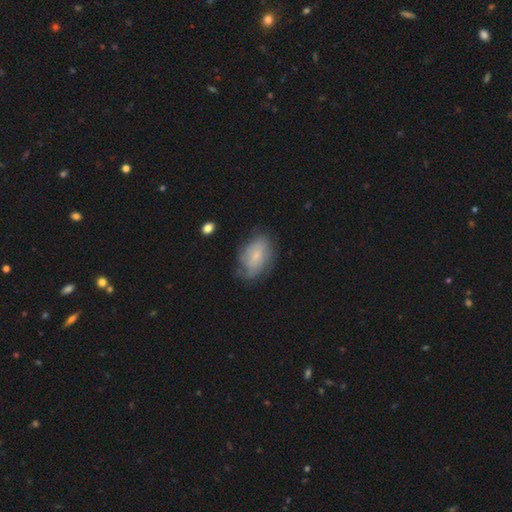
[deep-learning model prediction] The model was most divided on "smooth or featured": smooth: 51%, featured or disk: 40%, star or artifact: 8%. More confident: how rounded — in between (84%); merging — none (58%).